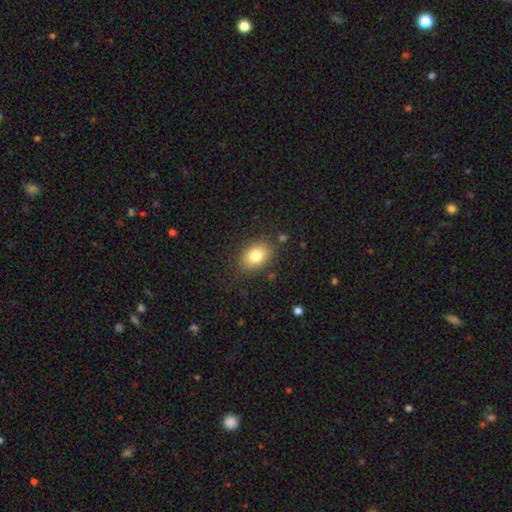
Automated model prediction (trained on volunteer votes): A smooth galaxy with no disk features (81%) that is in between round and cigar-shaped (74%). Merging: none (84%).